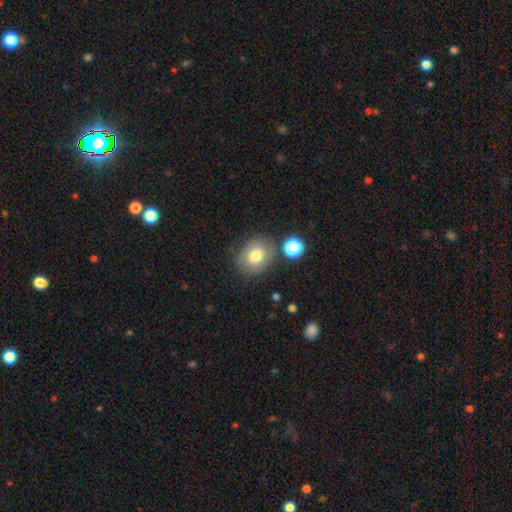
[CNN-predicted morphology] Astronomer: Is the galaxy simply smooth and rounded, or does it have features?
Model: smooth — 74%.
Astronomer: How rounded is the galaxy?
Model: round — 54% (runner-up: in between, 45%).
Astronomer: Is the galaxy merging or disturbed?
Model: none — 74%.